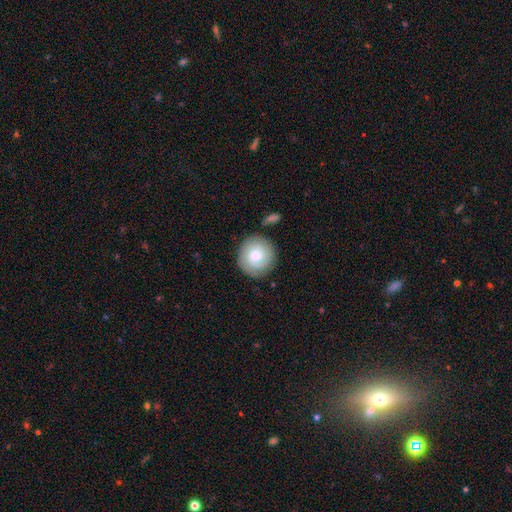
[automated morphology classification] A smooth galaxy with no disk features (55%) that is round (91%).

Vote fractions:
- Smooth or featured? smooth: 55% / featured or disk: 38% / star or artifact: 6%
- How rounded? round: 91% / in between: 8% / cigar-shaped: 1%
- Merging? none: 82% / minor disturbance: 11% / major disturbance: 3% / merger: 3%